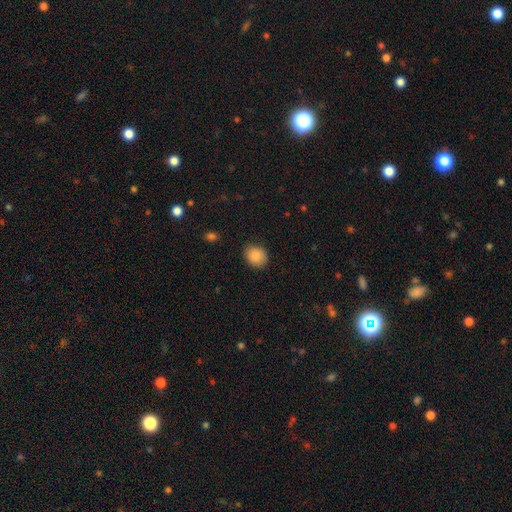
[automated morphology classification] Overall: smooth (87%). How rounded: round (61%; in between 38%). Merging: none (86%).